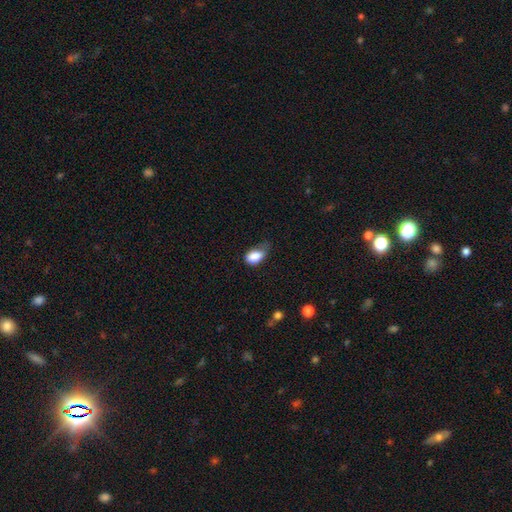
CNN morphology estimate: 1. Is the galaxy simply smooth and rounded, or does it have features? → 84% smooth, 8% featured or disk, 8% star or artifact.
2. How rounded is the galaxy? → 87% in between, 11% round, 2% cigar-shaped.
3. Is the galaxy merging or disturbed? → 45% minor disturbance, 28% none, 25% major disturbance, 3% merger.